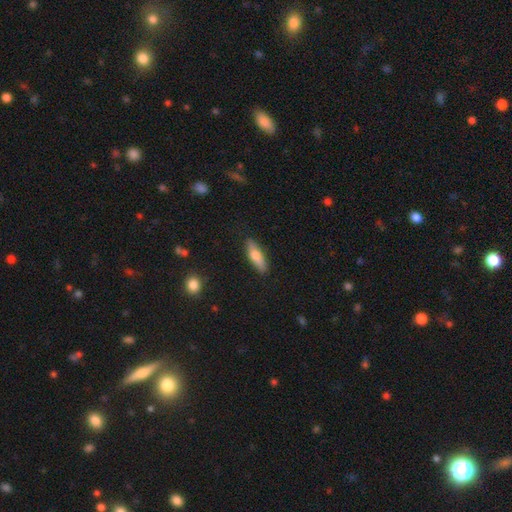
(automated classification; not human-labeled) Q: Smooth or featured?
A: smooth (70%); runner-up: featured or disk (24%)
Q: How rounded?
A: cigar-shaped (56%); runner-up: in between (42%)
Q: Merging?
A: none (87%); runner-up: minor disturbance (10%)